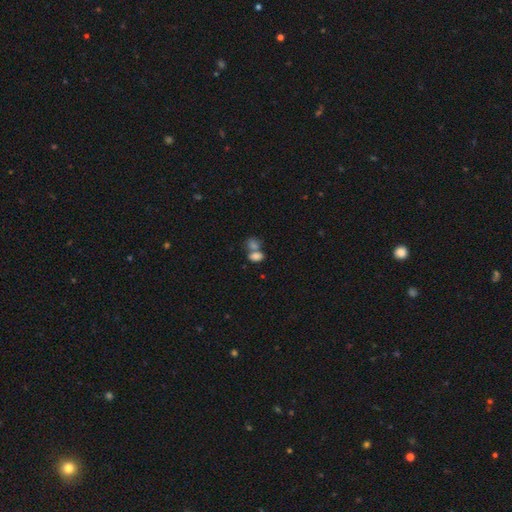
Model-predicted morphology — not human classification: smooth 81%, star or artifact 10%, featured or disk 9%. Down the decision tree: how rounded — in between (81%); merging — merger (58%).